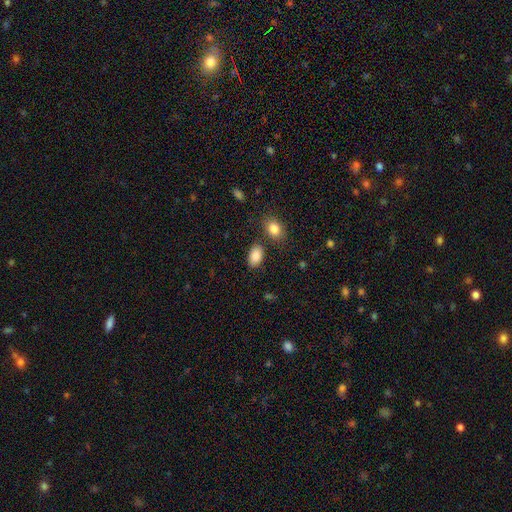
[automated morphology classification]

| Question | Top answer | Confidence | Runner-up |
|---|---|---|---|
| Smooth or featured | smooth | 88% | star or artifact (8%) |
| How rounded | in between | 90% | round (8%) |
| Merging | none | 78% | minor disturbance (12%) |